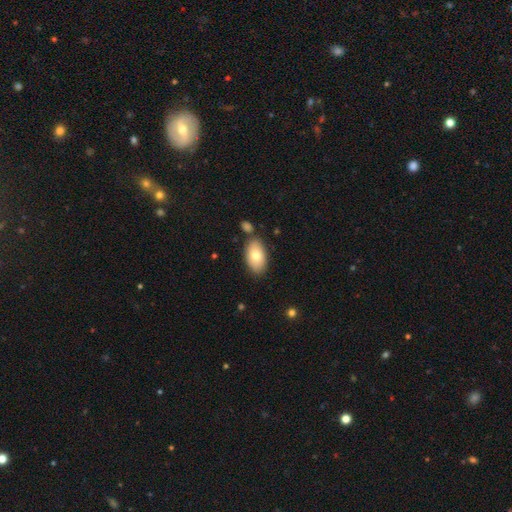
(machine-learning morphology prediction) smooth-or-featured: smooth: 77% | featured or disk: 17% | star or artifact: 7%
  how-rounded: in between: 94% | round: 4% | cigar-shaped: 2%
  merging: none: 76% | minor disturbance: 13% | merger: 8% | major disturbance: 3%